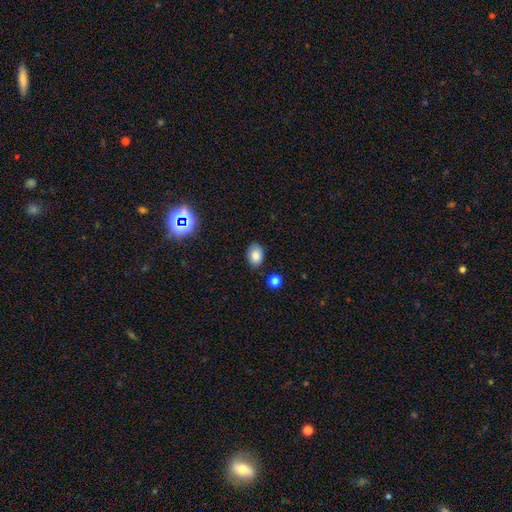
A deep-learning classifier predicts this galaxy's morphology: type=smooth (82%); roundness=in between (75%); merging=none (79%).